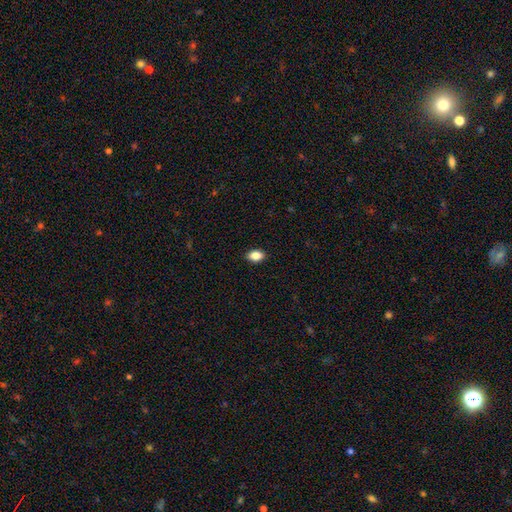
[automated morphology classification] Smooth or featured?
  - smooth: 86% *
  - star or artifact: 8%
  - featured or disk: 6%
How rounded?
  - in between: 86% *
  - round: 12%
  - cigar-shaped: 2%
Merging?
  - none: 90% *
  - minor disturbance: 7%
  - major disturbance: 2%
  - merger: 1%